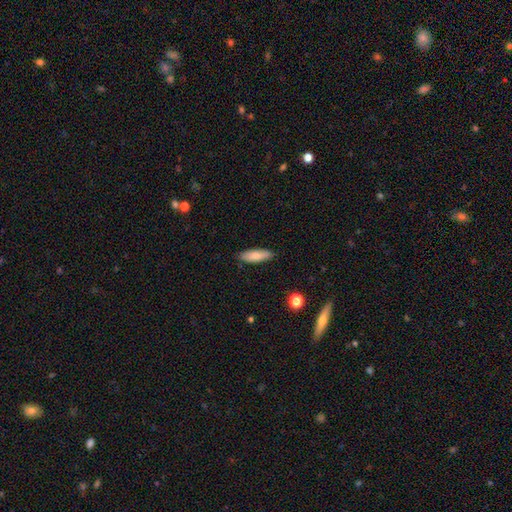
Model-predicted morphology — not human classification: smooth 79%, featured or disk 15%, star or artifact 6%. Down the decision tree: how rounded — in between (55%); merging — none (86%).